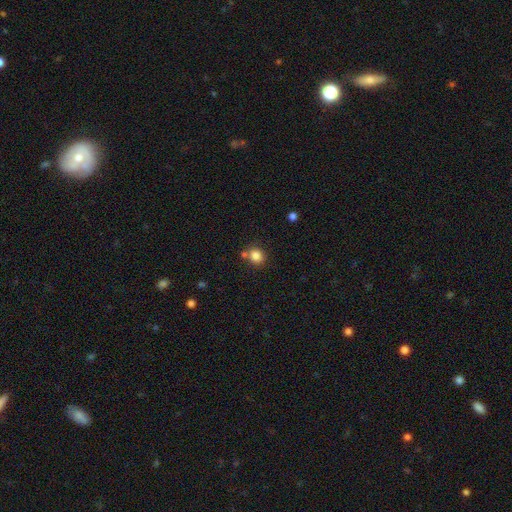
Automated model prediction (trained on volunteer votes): A smooth galaxy with no disk features (83%) that is round (81%).

Vote fractions:
- Smooth or featured? smooth: 83% / star or artifact: 11% / featured or disk: 6%
- How rounded? round: 81% / in between: 18% / cigar-shaped: 1%
- Merging? none: 70% / merger: 16% / minor disturbance: 11% / major disturbance: 3%